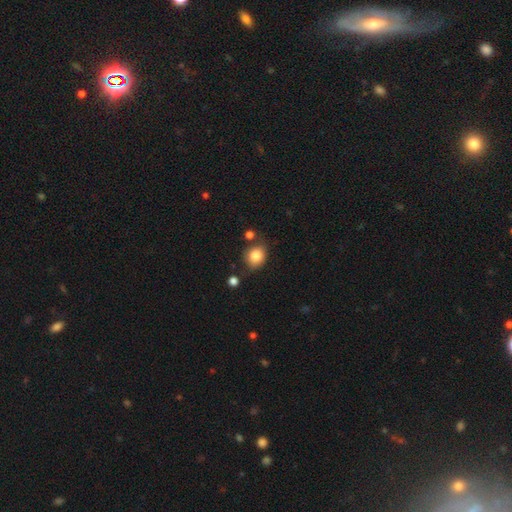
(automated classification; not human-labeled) Smooth or featured?
  - smooth: 84% *
  - star or artifact: 9%
  - featured or disk: 7%
How rounded?
  - round: 64% *
  - in between: 35%
  - cigar-shaped: 1%
Merging?
  - none: 69% *
  - minor disturbance: 18%
  - merger: 8%
  - major disturbance: 5%